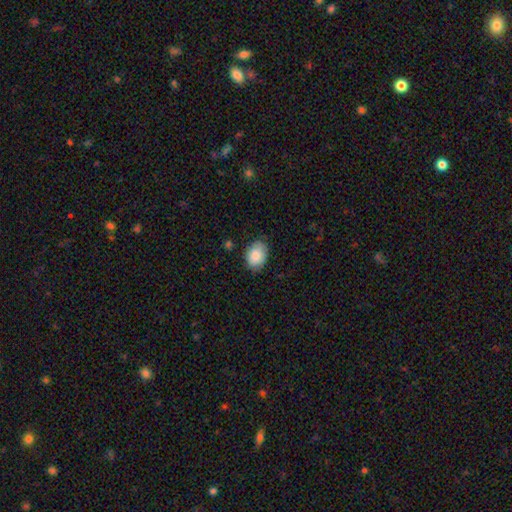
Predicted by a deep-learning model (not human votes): smooth-or-featured: smooth: 87% | star or artifact: 7% | featured or disk: 6%
  how-rounded: in between: 76% | round: 23% | cigar-shaped: 1%
  merging: none: 80% | minor disturbance: 16% | major disturbance: 3% | merger: 1%